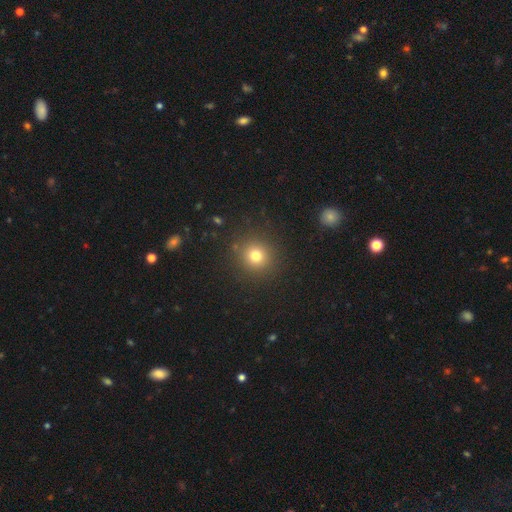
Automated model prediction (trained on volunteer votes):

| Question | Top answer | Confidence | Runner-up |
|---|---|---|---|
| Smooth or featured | smooth | 76% | star or artifact (16%) |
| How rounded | round | 92% | in between (7%) |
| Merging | none | 89% | minor disturbance (7%) |